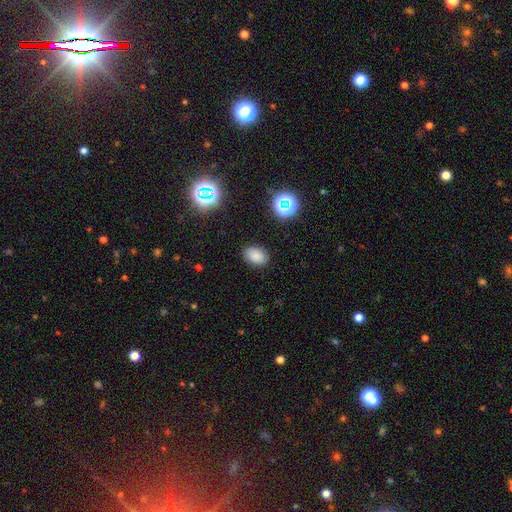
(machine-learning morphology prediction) This is clearly a smooth galaxy (81%). How rounded: clearly in between (81%). Merging: clearly none (87%).